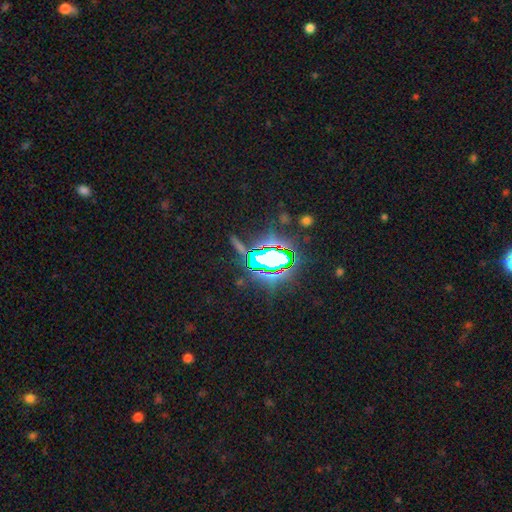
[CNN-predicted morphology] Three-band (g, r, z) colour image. It shows a star or artifact, not a galaxy (81%).